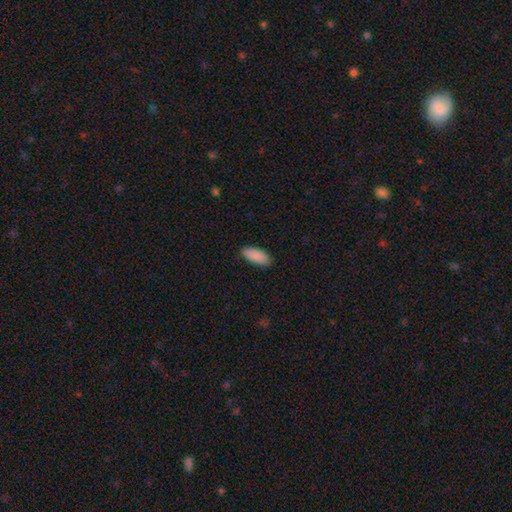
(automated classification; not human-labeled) Smooth or featured: smooth — 90% (star or artifact — 6%)
How rounded: in between — 87% (cigar-shaped — 12%)
Merging: none — 85% (minor disturbance — 12%)